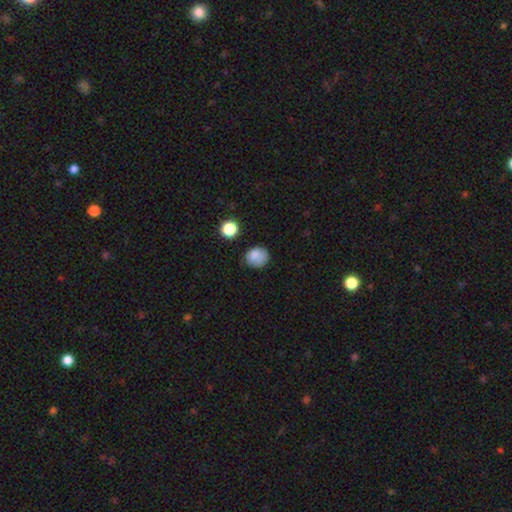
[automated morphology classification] smooth 82%, star or artifact 11%, featured or disk 7%. Down the decision tree: how rounded — round (73%); merging — none (68%).